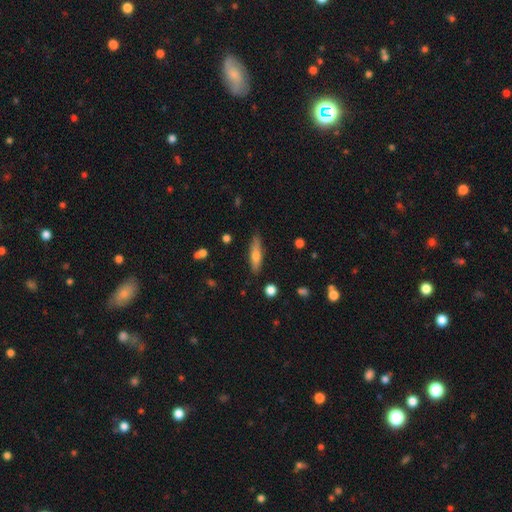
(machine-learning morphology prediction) smooth_or_featured: smooth (p=0.63) [alt: featured or disk p=0.30]
how_rounded: cigar-shaped (p=0.73) [alt: in between p=0.25]
merging: none (p=0.83) [alt: minor disturbance p=0.12]